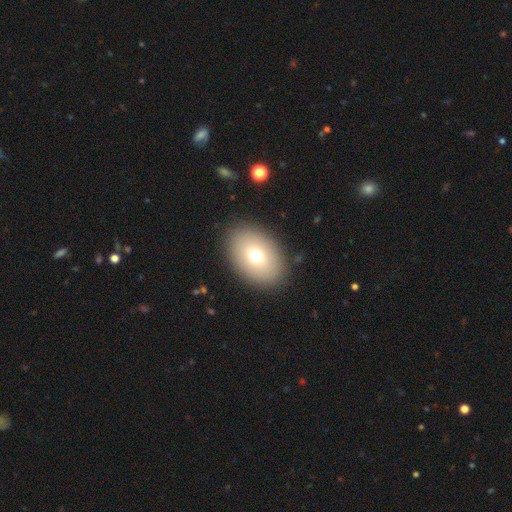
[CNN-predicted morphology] Smooth or featured: smooth — 71% (featured or disk — 18%)
How rounded: in between — 80% (round — 19%)
Merging: none — 88% (minor disturbance — 7%)